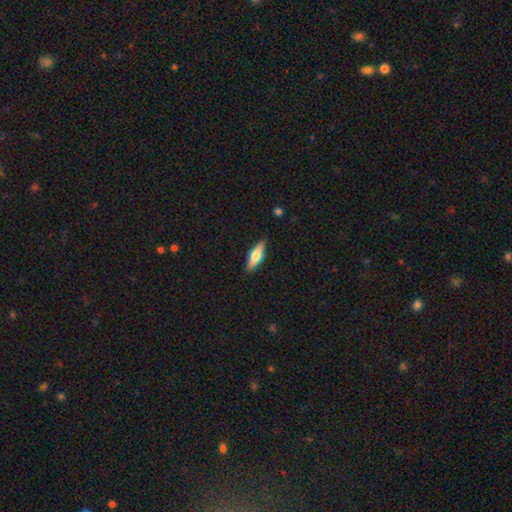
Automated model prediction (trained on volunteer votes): Smooth or featured? smooth (54%)
How rounded? cigar-shaped (55%)
Merging? none (88%)